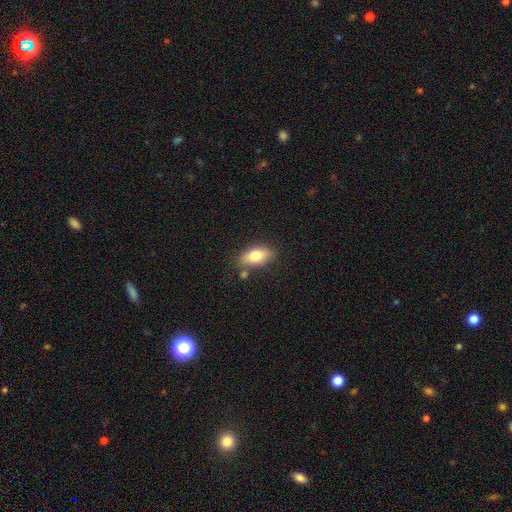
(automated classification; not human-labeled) Q: Smooth or featured?
A: smooth (76%); runner-up: featured or disk (17%)
Q: How rounded?
A: in between (87%); runner-up: cigar-shaped (8%)
Q: Merging?
A: none (74%); runner-up: minor disturbance (16%)